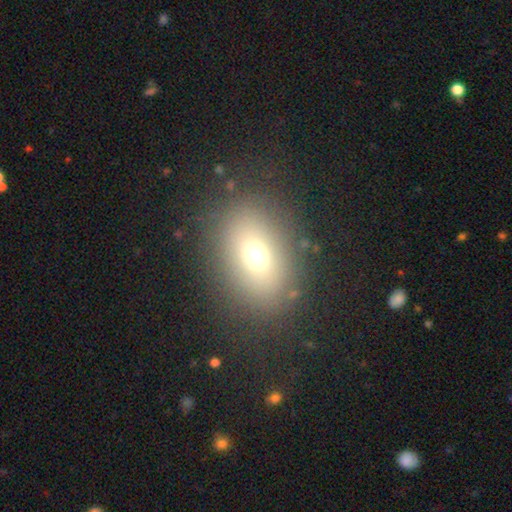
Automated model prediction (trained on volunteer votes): This appears to be a smooth galaxy with no disk features (68%) that is in between round and cigar-shaped (64%). Merging: none (83%).